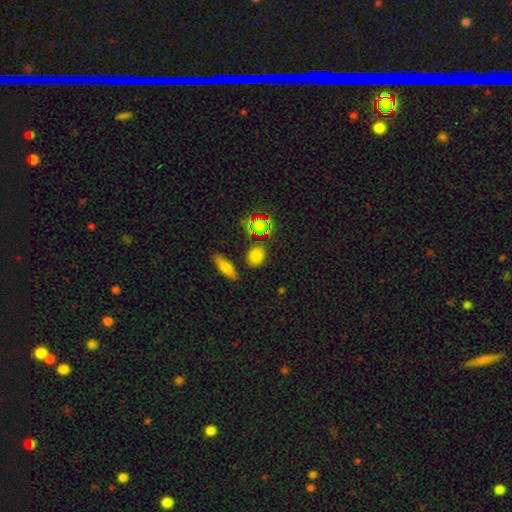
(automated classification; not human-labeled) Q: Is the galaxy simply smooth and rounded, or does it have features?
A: smooth — 73%.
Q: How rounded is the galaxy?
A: round — 55%.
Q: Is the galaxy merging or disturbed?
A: none — 82%.